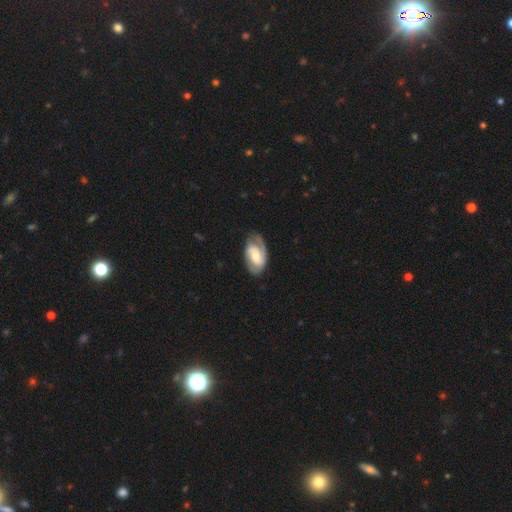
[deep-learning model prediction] Morphology: type=featured or disk (75%); edge-on=no (96%); bar=weak (47%); spiral arms=yes (92%); winding=medium (44%); arm count=2 (78%); bulge=moderate (57%); merging=none (73%).